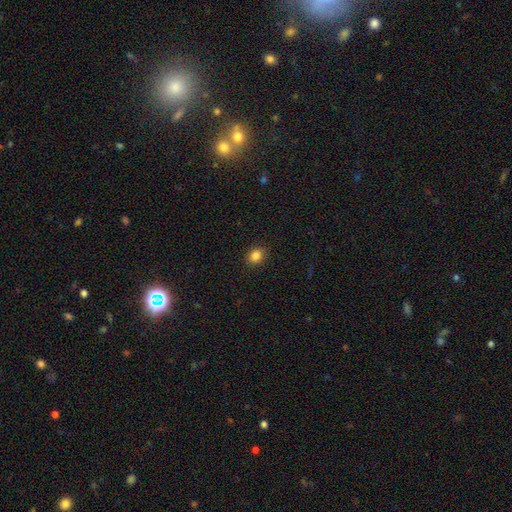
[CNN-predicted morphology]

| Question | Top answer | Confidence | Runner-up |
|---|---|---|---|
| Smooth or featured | smooth | 85% | star or artifact (11%) |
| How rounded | round | 60% | in between (40%) |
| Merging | none | 90% | minor disturbance (7%) |